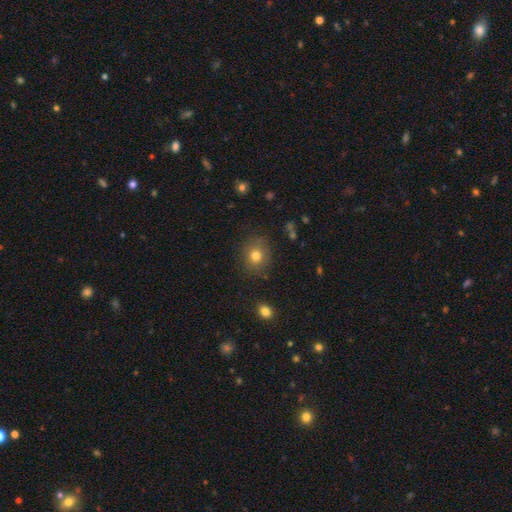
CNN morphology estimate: A smooth galaxy with no disk features (77%) that is round (77%).

Vote fractions:
- Smooth or featured? smooth: 77% / star or artifact: 13% / featured or disk: 10%
- How rounded? round: 77% / in between: 22% / cigar-shaped: 1%
- Merging? none: 83% / minor disturbance: 11% / major disturbance: 4% / merger: 2%